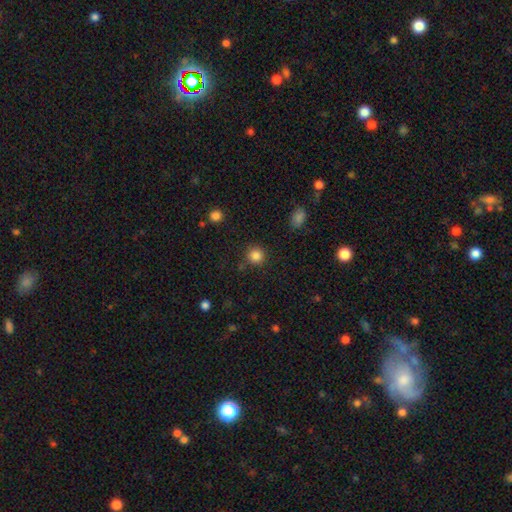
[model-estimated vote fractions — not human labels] smooth-or-featured: smooth: 85% | star or artifact: 12% | featured or disk: 3%
  how-rounded: round: 93% | in between: 6% | cigar-shaped: 1%
  merging: none: 86% | minor disturbance: 8% | merger: 3% | major disturbance: 3%